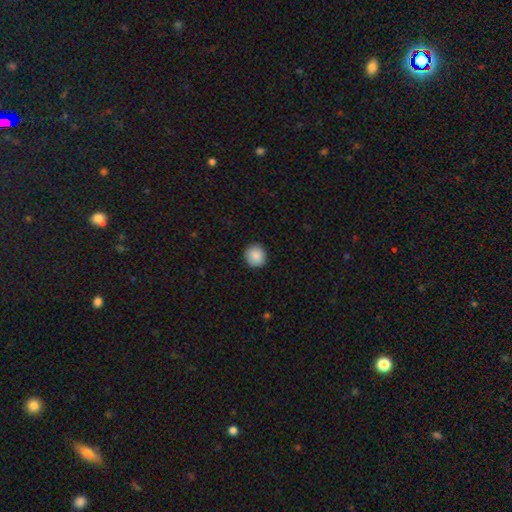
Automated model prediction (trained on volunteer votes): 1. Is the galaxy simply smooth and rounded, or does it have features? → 89% smooth, 8% star or artifact, 4% featured or disk.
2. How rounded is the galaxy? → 92% round, 7% in between, 1% cigar-shaped.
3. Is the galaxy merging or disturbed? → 90% none, 7% minor disturbance, 2% major disturbance, 1% merger.